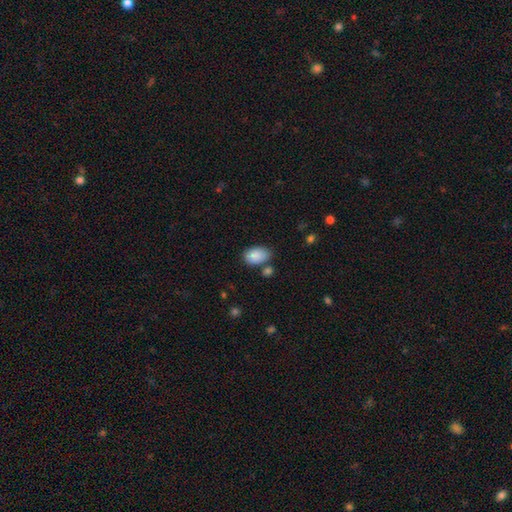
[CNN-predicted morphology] This is clearly a smooth galaxy (88%). How rounded: clearly in between (89%). Merging: likely none (67%).